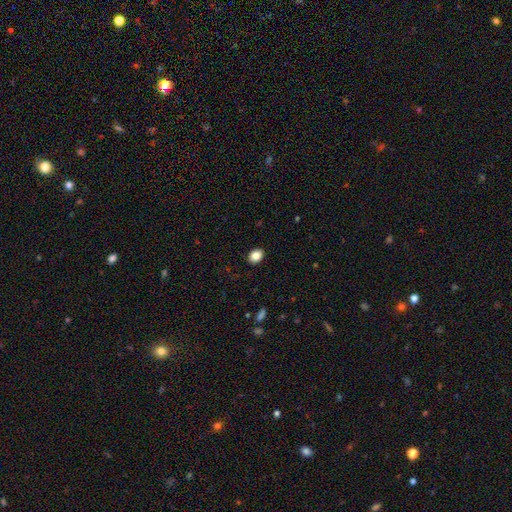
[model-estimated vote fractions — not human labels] A smooth galaxy with no disk features (86%) that is in between round and cigar-shaped (63%).

Vote fractions:
- Smooth or featured? smooth: 86% / star or artifact: 9% / featured or disk: 5%
- How rounded? in between: 63% / round: 36% / cigar-shaped: 1%
- Merging? none: 90% / minor disturbance: 7% / major disturbance: 2% / merger: 1%